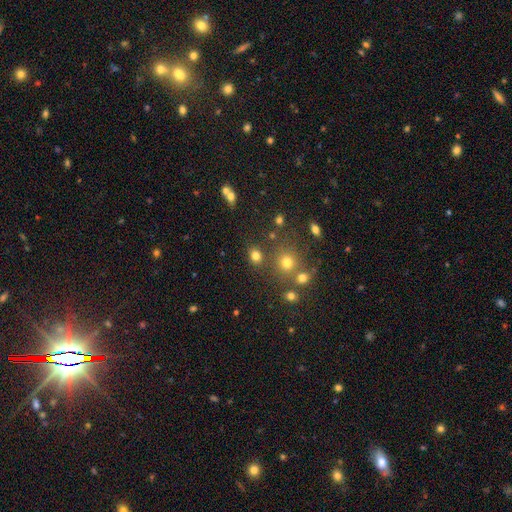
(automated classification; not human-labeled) Smooth or featured: smooth — 76% (star or artifact — 17%)
How rounded: round — 64% (in between — 35%)
Merging: none — 76% (merger — 10%)